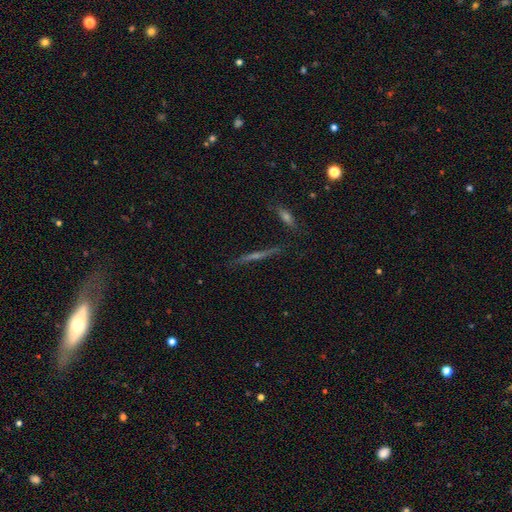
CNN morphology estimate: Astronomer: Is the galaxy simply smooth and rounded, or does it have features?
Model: featured or disk — 65%.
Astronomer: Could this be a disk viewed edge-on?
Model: yes — 95%.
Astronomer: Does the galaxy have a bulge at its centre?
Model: rounded — 52% (runner-up: none, 39%).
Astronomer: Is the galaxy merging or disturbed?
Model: none — 84%.